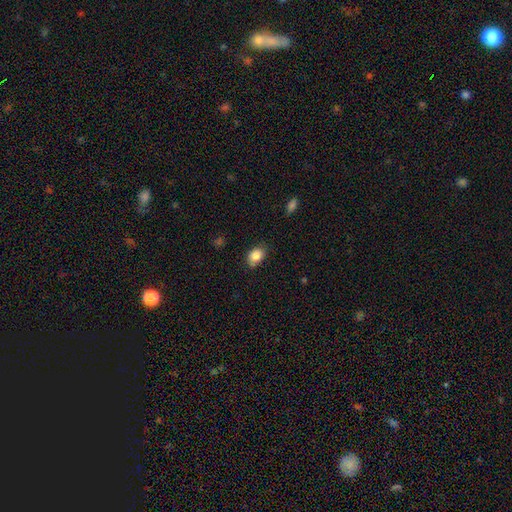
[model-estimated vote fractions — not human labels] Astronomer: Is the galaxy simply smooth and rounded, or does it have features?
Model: smooth — 86%.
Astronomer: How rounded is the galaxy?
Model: in between — 74%.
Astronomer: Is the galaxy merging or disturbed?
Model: none — 73%.